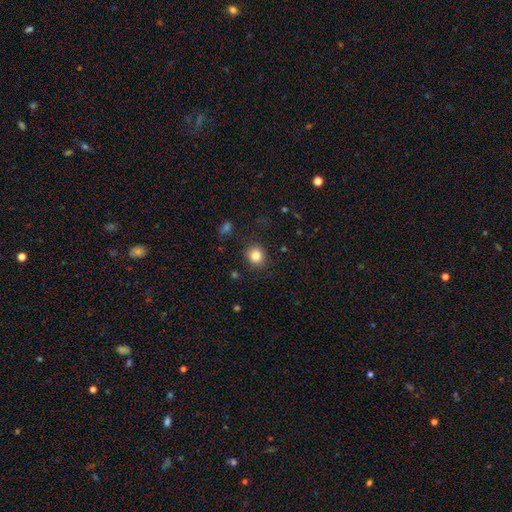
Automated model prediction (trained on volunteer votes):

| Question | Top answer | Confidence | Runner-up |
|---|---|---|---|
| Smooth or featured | smooth | 82% | star or artifact (11%) |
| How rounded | round | 84% | in between (16%) |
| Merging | none | 88% | minor disturbance (8%) |